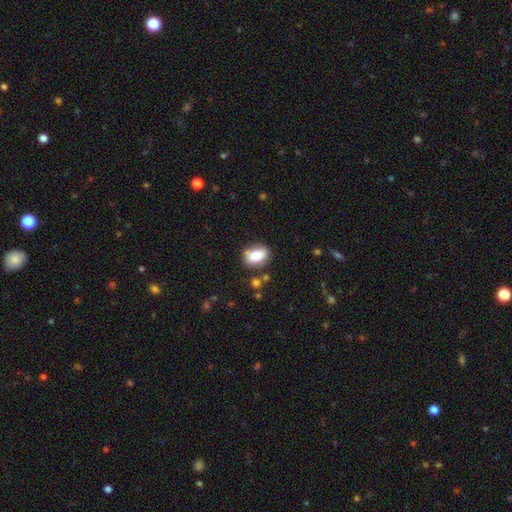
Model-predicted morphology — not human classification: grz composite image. It shows a smooth galaxy with no disk features (77%) that is in between round and cigar-shaped (76%). Merging: none (74%).